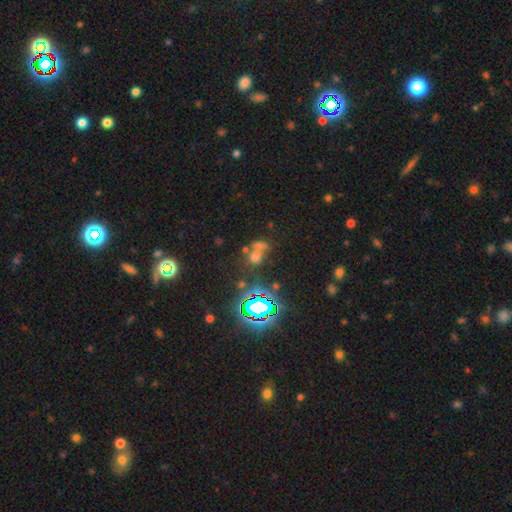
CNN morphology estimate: A star or artifact, not a galaxy (47%).